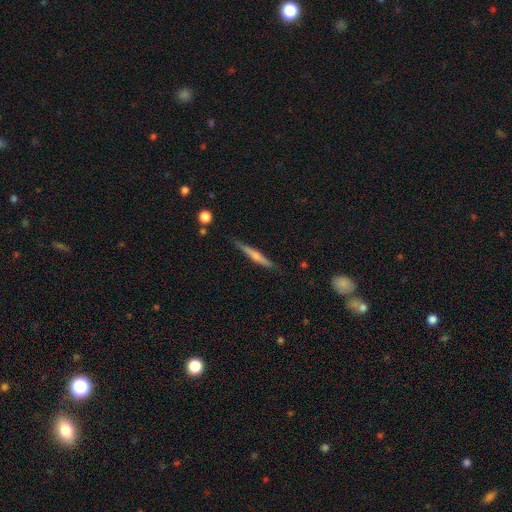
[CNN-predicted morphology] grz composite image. It shows a featured or disk galaxy (50%) viewed edge-on (97%). Merging: none (85%).